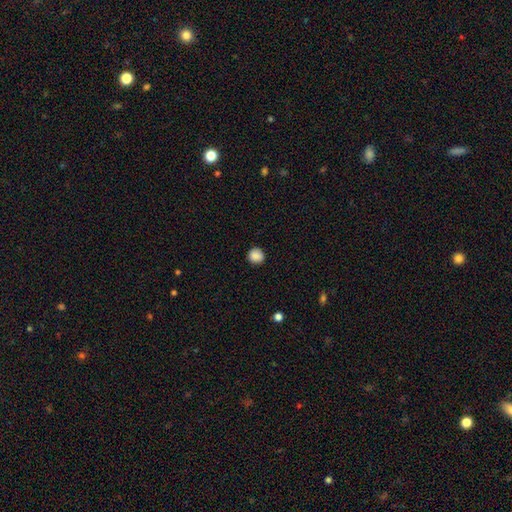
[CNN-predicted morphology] smooth_or_featured: smooth (p=0.88) [alt: star or artifact p=0.09]
how_rounded: round (p=0.90) [alt: in between p=0.09]
merging: none (p=0.90) [alt: minor disturbance p=0.07]